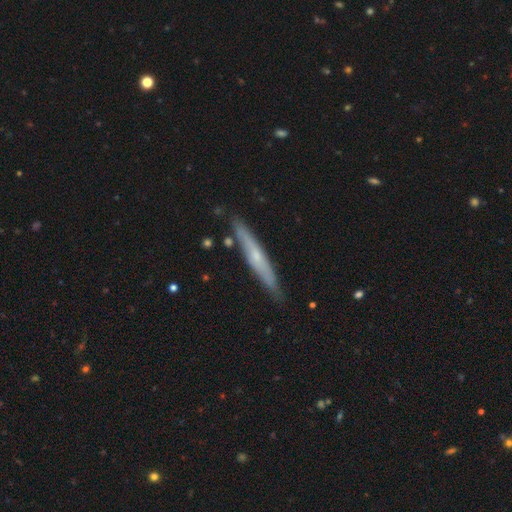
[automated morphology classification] A featured or disk galaxy (56%) viewed edge-on (92%) with a rounded central bulge (52%). Merging: none (84%).